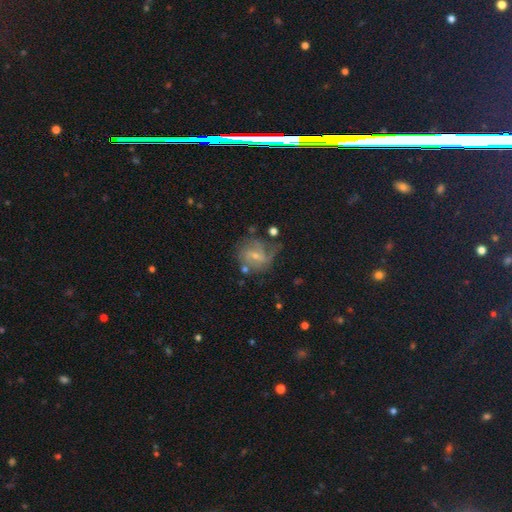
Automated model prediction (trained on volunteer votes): Smooth or featured? Predicted: featured or disk (p=0.68). Edge-on disk? Predicted: no (p=0.97). Bar? Predicted: weak (p=0.52). Spiral arms? Predicted: yes (p=0.84). Spiral winding? Predicted: medium (p=0.42). Spiral arm count? Predicted: 2 (p=0.42). Bulge size? Predicted: small (p=0.60). Merging? Predicted: none (p=0.46).